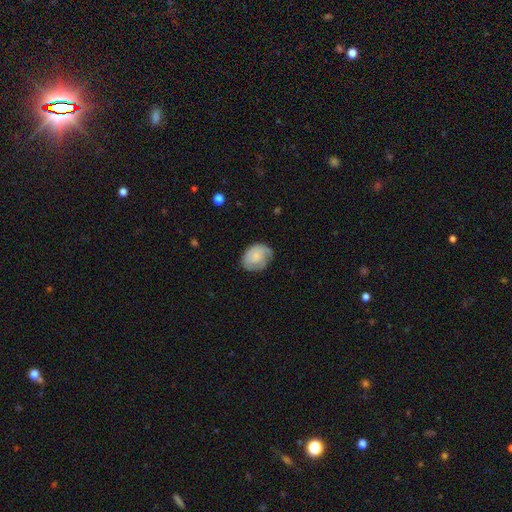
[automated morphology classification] smooth_or_featured: smooth (p=0.61) [alt: featured or disk p=0.32]
how_rounded: in between (p=0.61) [alt: round p=0.38]
merging: none (p=0.59) [alt: minor disturbance p=0.29]